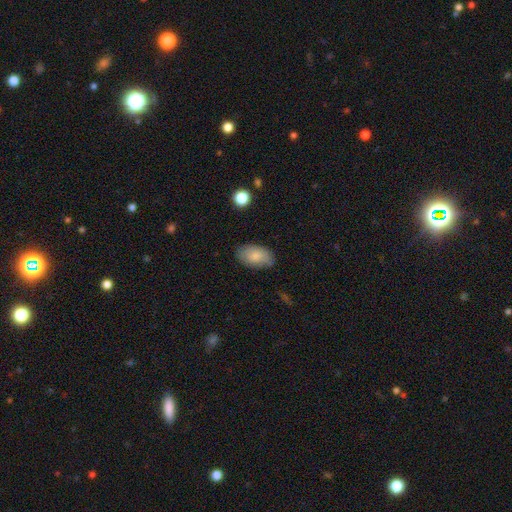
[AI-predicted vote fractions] smooth-or-featured: smooth: 82% | featured or disk: 11% | star or artifact: 7%
  how-rounded: in between: 93% | round: 5% | cigar-shaped: 2%
  merging: none: 79% | minor disturbance: 16% | major disturbance: 3% | merger: 1%